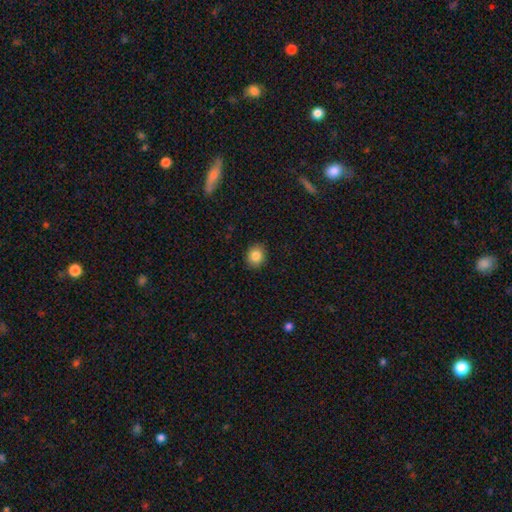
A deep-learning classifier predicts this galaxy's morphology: The model was most divided on "how rounded": round: 69%, in between: 30%, cigar-shaped: 1%. More confident: merging — none (89%); smooth or featured — smooth (85%).